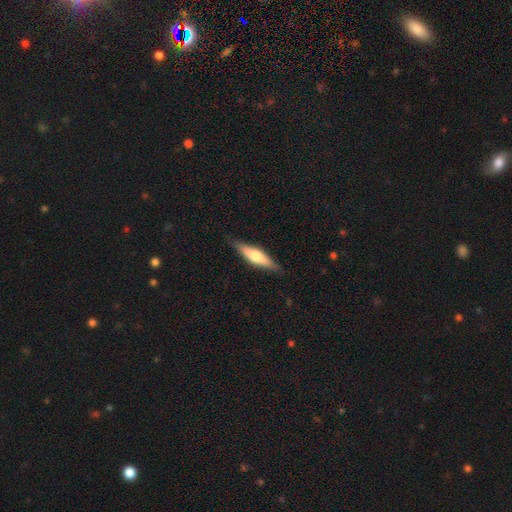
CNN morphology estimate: A smooth galaxy with no disk features (47%, tied with featured or disk). Merging: none (85%).